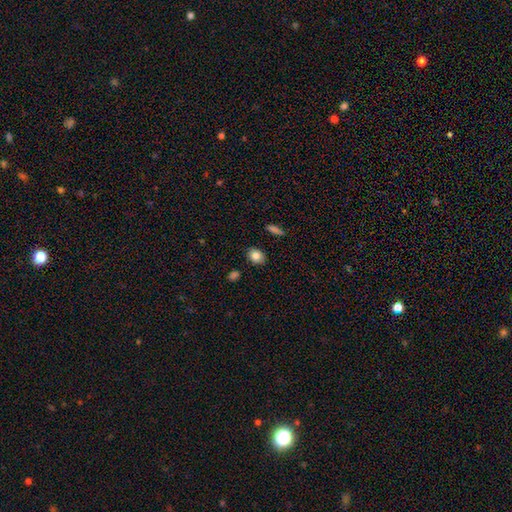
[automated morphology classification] Smooth or featured?
  - smooth: 82% *
  - featured or disk: 9%
  - star or artifact: 9%
How rounded?
  - in between: 61% *
  - round: 37%
  - cigar-shaped: 1%
Merging?
  - none: 87% *
  - minor disturbance: 9%
  - major disturbance: 2%
  - merger: 2%